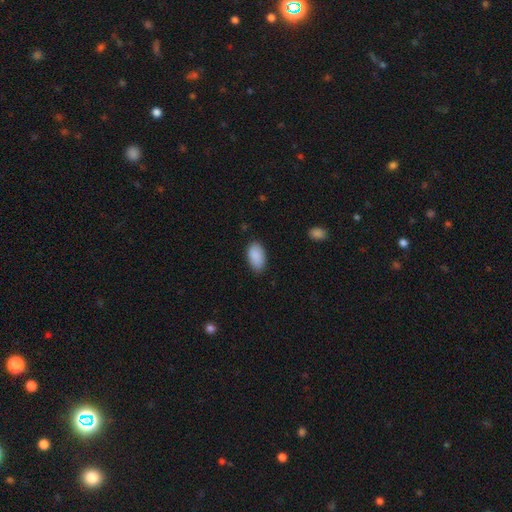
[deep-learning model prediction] Smooth or featured? Predicted: smooth (p=0.90). How rounded? Predicted: in between (p=0.95). Merging? Predicted: none (p=0.81).